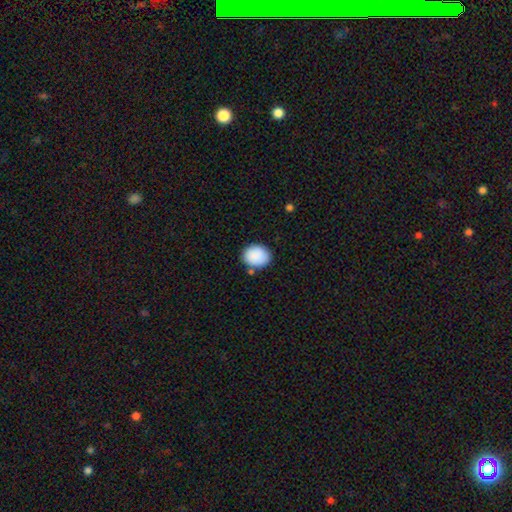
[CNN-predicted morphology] The model was most divided on "how rounded": round: 51%, in between: 48%, cigar-shaped: 1%. More confident: smooth or featured — smooth (89%); merging — none (78%).